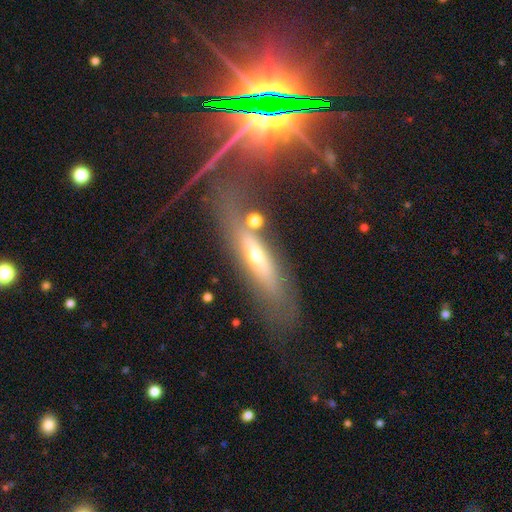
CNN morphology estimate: This is possibly a featured or disk galaxy (53%). It is likely viewed edge-on (63%). Merging: likely none (65%).